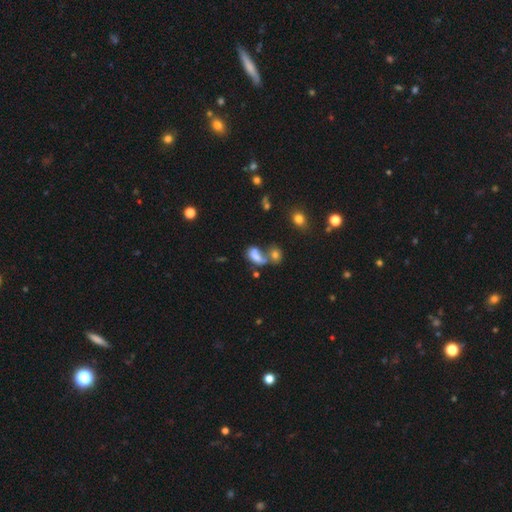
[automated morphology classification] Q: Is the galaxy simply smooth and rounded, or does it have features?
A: smooth — 65%.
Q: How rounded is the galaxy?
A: in between — 81%.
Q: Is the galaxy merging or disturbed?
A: merger — 52%.